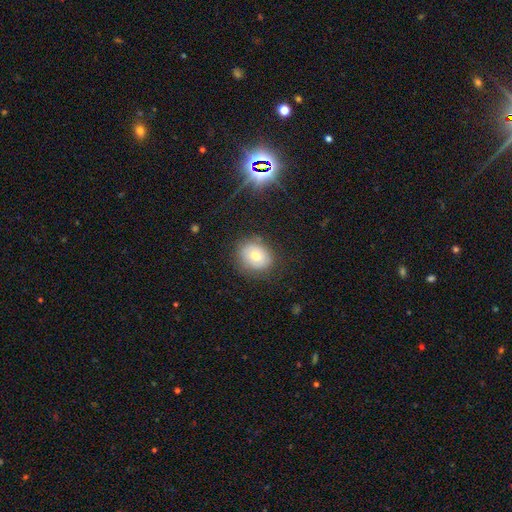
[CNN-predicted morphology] A smooth galaxy with no disk features (66%) that is round (57%).

Vote fractions:
- Smooth or featured? smooth: 66% / featured or disk: 23% / star or artifact: 12%
- How rounded? round: 57% / in between: 42% / cigar-shaped: 1%
- Merging? none: 79% / minor disturbance: 15% / major disturbance: 5% / merger: 2%